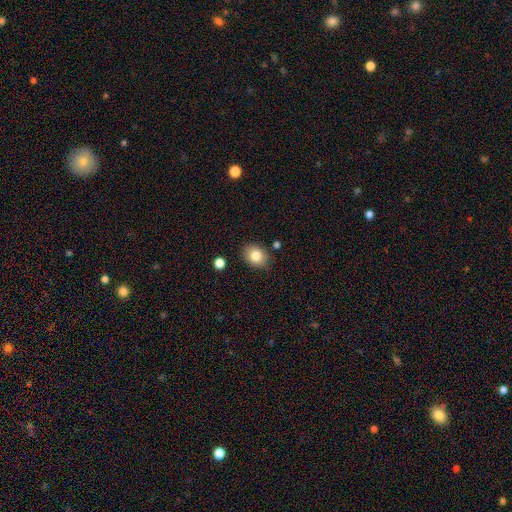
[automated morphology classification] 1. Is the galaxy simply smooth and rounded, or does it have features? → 82% smooth, 9% star or artifact, 9% featured or disk.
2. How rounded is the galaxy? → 57% in between, 42% round, 1% cigar-shaped.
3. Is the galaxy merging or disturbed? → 83% none, 12% minor disturbance, 3% merger, 3% major disturbance.